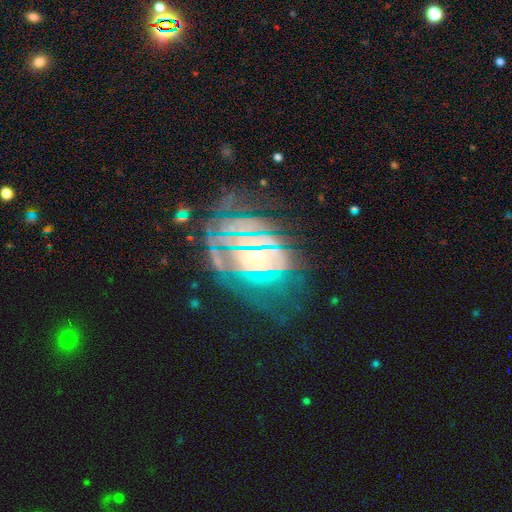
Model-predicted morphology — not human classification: This appears to be a featured or disk galaxy (74%) with no bar (72%), tight (70%) spiral arms (74%) and a moderate central bulge (53%). Merging: none (58%).